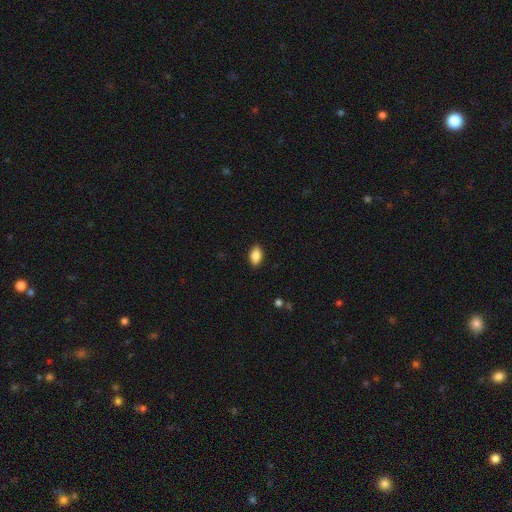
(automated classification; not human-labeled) Morphology: type=smooth (85%); roundness=in between (91%); merging=none (89%).